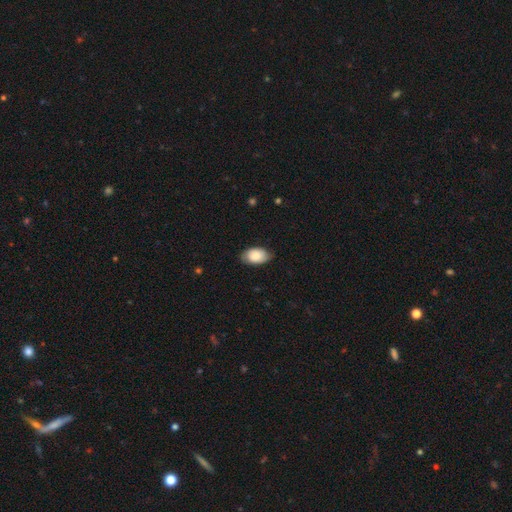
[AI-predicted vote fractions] smooth-or-featured: smooth: 85% | featured or disk: 9% | star or artifact: 6%
  how-rounded: in between: 92% | round: 6% | cigar-shaped: 1%
  merging: none: 77% | minor disturbance: 19% | major disturbance: 3% | merger: 1%